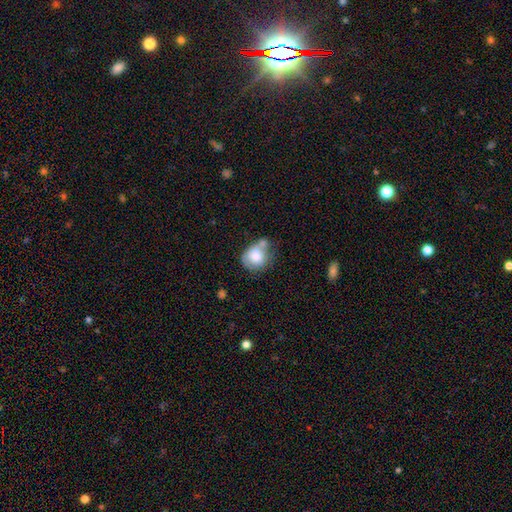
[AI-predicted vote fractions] smooth 75%, featured or disk 17%, star or artifact 8%. Down the decision tree: how rounded — round (66%); merging — none (33%).